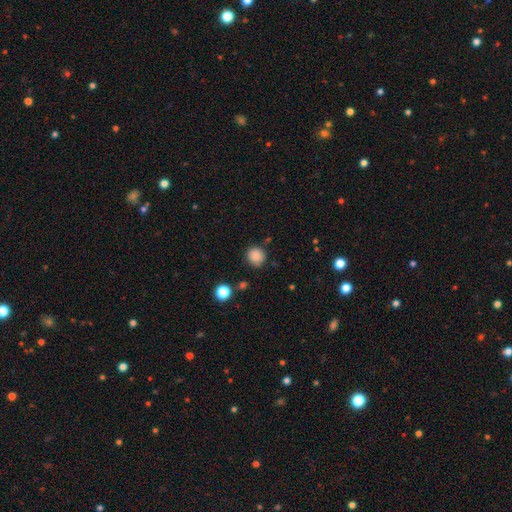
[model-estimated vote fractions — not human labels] Smooth or featured: smooth — 86% (star or artifact — 11%)
How rounded: round — 89% (in between — 10%)
Merging: none — 82% (minor disturbance — 12%)